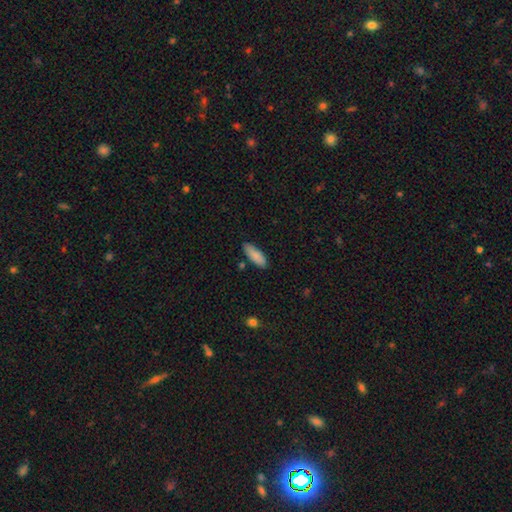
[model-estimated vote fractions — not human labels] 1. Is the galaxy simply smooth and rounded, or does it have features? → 87% smooth, 7% featured or disk, 6% star or artifact.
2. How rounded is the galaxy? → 67% in between, 31% cigar-shaped, 2% round.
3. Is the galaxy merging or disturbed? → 82% none, 13% minor disturbance, 3% merger, 2% major disturbance.